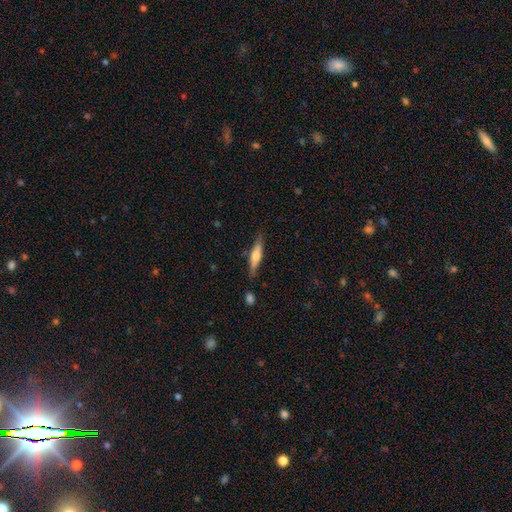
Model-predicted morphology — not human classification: A smooth galaxy with no disk features (50%) that is cigar-shaped (77%). Merging: none (80%).